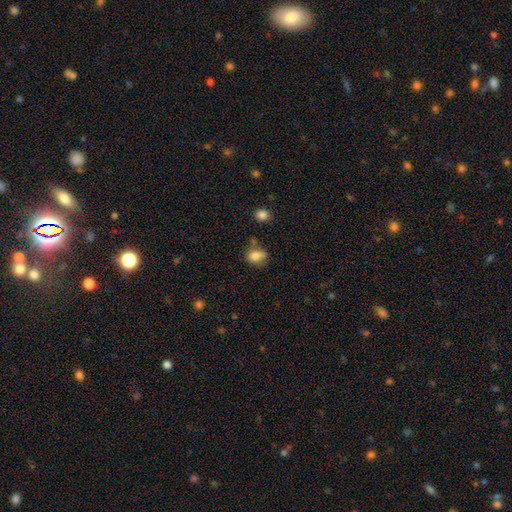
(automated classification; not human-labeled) Smooth or featured?
  - smooth: 81% *
  - star or artifact: 10%
  - featured or disk: 8%
How rounded?
  - in between: 64% *
  - round: 34%
  - cigar-shaped: 2%
Merging?
  - none: 61% *
  - minor disturbance: 25%
  - merger: 8%
  - major disturbance: 7%